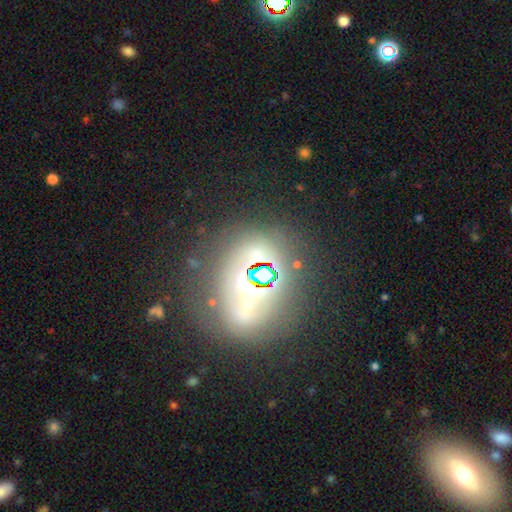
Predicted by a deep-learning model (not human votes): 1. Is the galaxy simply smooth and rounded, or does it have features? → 58% star or artifact, 22% smooth, 20% featured or disk.